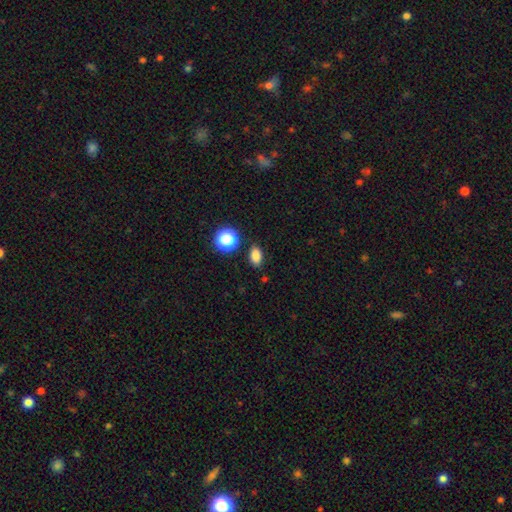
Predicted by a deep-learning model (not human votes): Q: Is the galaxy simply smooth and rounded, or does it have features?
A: smooth — 82%.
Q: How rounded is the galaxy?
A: in between — 81%.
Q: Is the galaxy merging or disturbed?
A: none — 84%.